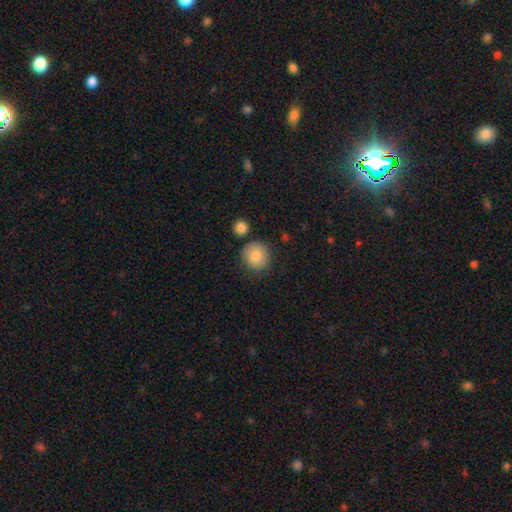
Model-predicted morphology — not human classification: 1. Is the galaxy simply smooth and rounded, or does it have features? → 84% smooth, 8% star or artifact, 8% featured or disk.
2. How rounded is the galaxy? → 92% round, 7% in between, 1% cigar-shaped.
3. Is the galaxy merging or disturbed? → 81% none, 11% minor disturbance, 6% merger, 3% major disturbance.